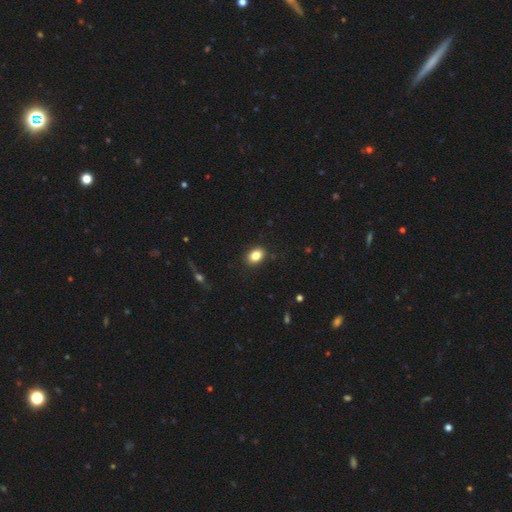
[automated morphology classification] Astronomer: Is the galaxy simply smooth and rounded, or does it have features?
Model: smooth — 84%.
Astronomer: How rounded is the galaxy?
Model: in between — 77%.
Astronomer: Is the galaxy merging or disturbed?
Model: none — 88%.